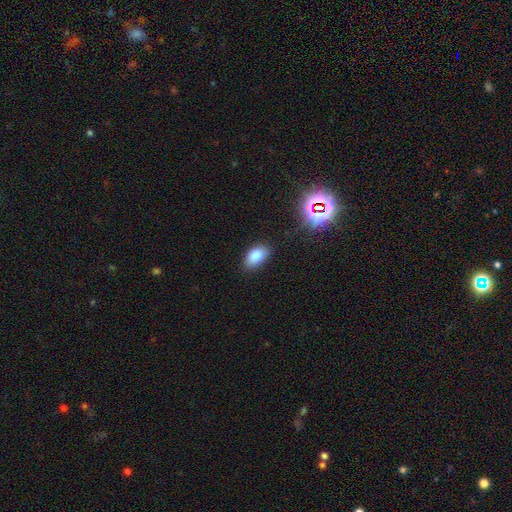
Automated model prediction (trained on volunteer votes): This is clearly a smooth galaxy (83%). How rounded: clearly in between (92%). Merging: clearly none (81%).